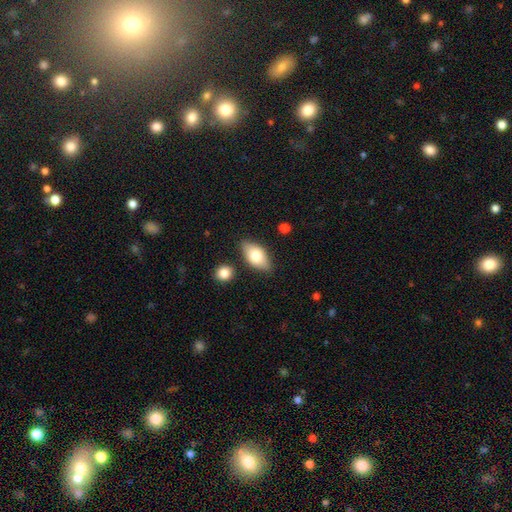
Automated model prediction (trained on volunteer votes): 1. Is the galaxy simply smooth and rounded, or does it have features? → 75% smooth, 19% featured or disk, 6% star or artifact.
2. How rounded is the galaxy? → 91% in between, 4% cigar-shaped, 4% round.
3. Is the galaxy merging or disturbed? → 80% none, 13% minor disturbance, 4% merger, 3% major disturbance.